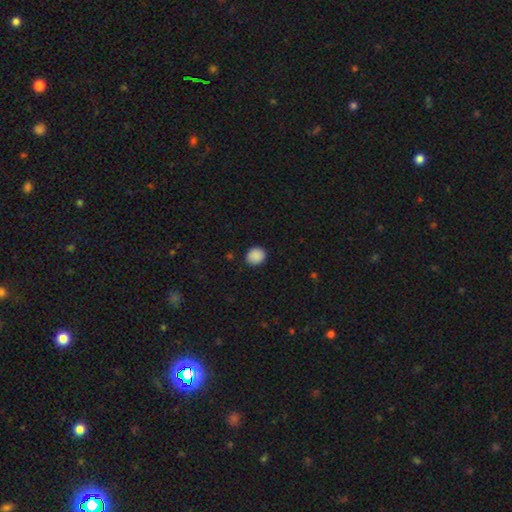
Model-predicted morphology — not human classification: Smooth or featured? smooth (89%)
How rounded? round (80%)
Merging? none (89%)